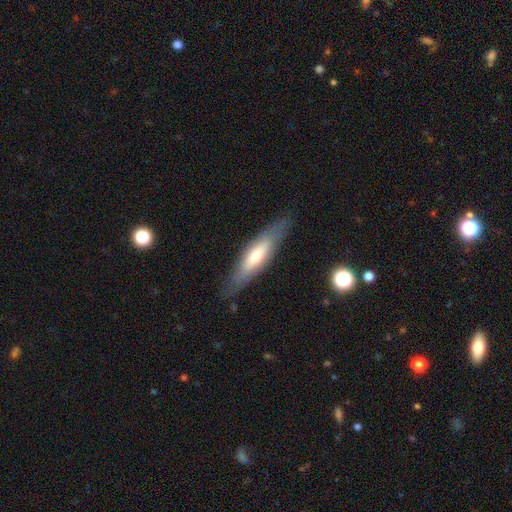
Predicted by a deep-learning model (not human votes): smooth_or_featured: smooth (p=0.49) [alt: featured or disk p=0.44]
merging: none (p=0.85) [alt: minor disturbance p=0.11]